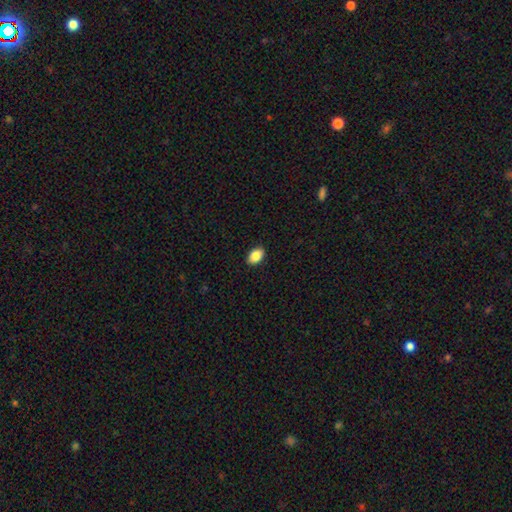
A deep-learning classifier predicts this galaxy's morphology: This appears to be a smooth galaxy with no disk features (88%) that is in between round and cigar-shaped (86%). Merging: none (90%).